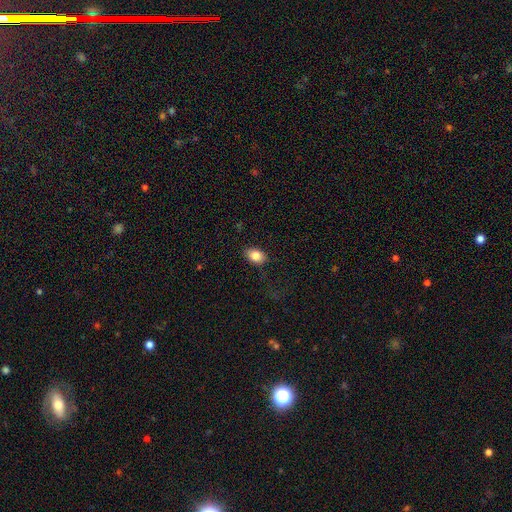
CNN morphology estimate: Smooth or featured? smooth (84%)
How rounded? in between (82%)
Merging? none (83%)